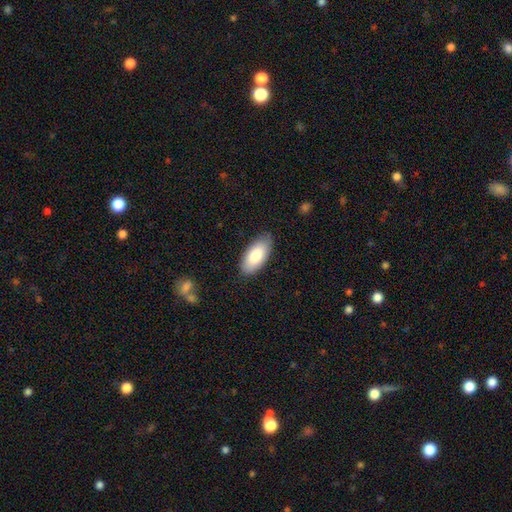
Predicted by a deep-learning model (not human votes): Overall: smooth (84%). How rounded: in between (91%). Merging: none (84%).